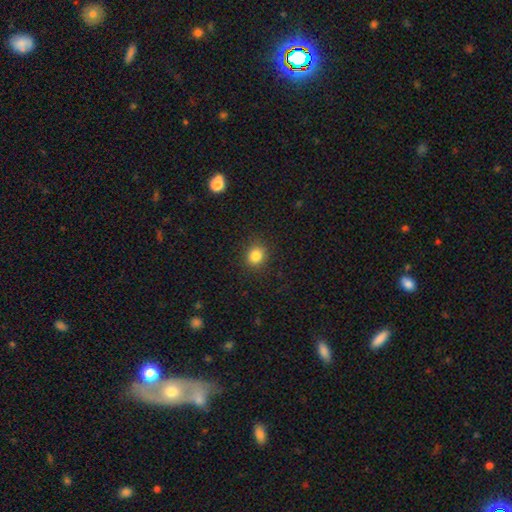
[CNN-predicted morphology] Q: Smooth or featured?
A: smooth (83%); runner-up: star or artifact (12%)
Q: How rounded?
A: round (77%); runner-up: in between (22%)
Q: Merging?
A: none (89%); runner-up: minor disturbance (7%)